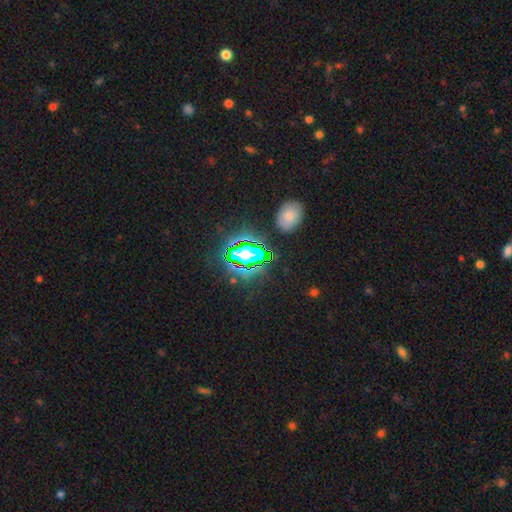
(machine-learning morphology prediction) smooth_or_featured: star or artifact (p=0.75) [alt: smooth p=0.15]